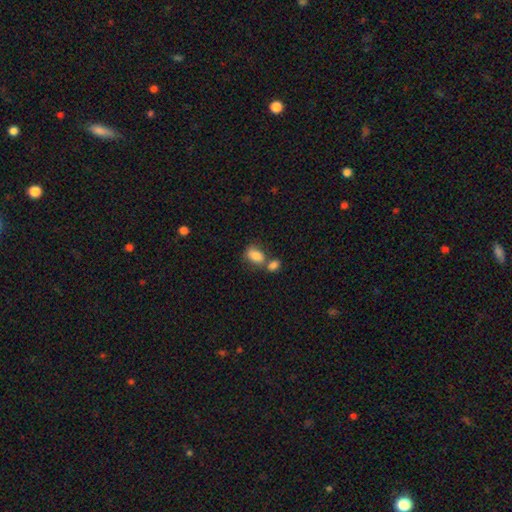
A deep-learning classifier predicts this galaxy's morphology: Q: Smooth or featured?
A: smooth (84%); runner-up: featured or disk (8%)
Q: How rounded?
A: in between (85%); runner-up: round (14%)
Q: Merging?
A: merger (43%); runner-up: none (41%)